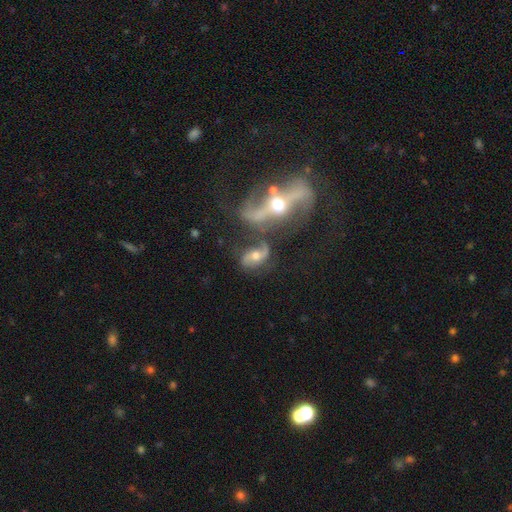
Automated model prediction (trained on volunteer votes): A featured or disk galaxy (75%) with no bar (49%), 2 (87%) loose (53%) spiral arms (86%) and a moderate central bulge (70%).

Vote fractions:
- Smooth or featured? featured or disk: 75% / smooth: 16% / star or artifact: 9%
- Edge-on disk? no: 93% / yes: 7%
- Bar? no: 49% / weak: 32% / strong: 19%
- Spiral arms? yes: 86% / no: 14%
- Spiral winding? loose: 53% / medium: 36% / tight: 12%
- Spiral arm count? 2: 87% / can't tell: 5% / 1: 4% / 3: 2% / 4: 1% / more than 4: 1%
- Bulge size? moderate: 70% / small: 18% / large: 8% / none: 2% / dominant: 1%
- Merging? none: 44% / merger: 27% / minor disturbance: 16% / major disturbance: 13%